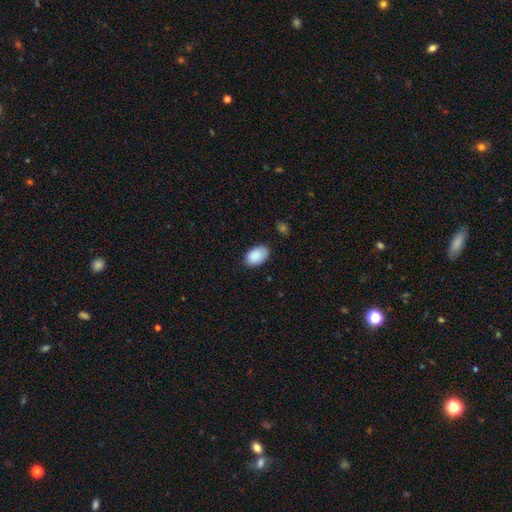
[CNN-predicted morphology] The model was most divided on "merging": none: 76%, minor disturbance: 19%, major disturbance: 3%, merger: 1%. More confident: how rounded — in between (91%); smooth or featured — smooth (89%).